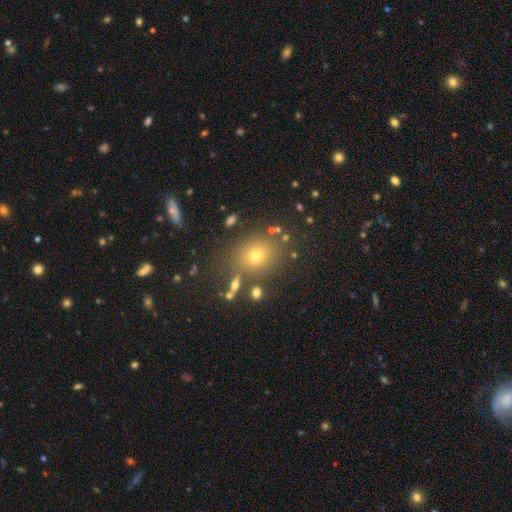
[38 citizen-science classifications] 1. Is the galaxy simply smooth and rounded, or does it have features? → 79% smooth, 16% featured or disk, 5% star or artifact.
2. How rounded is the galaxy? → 60% round, 40% in between, 0% cigar-shaped.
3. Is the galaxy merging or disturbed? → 92% none, 6% minor disturbance, 3% merger, 0% major disturbance.